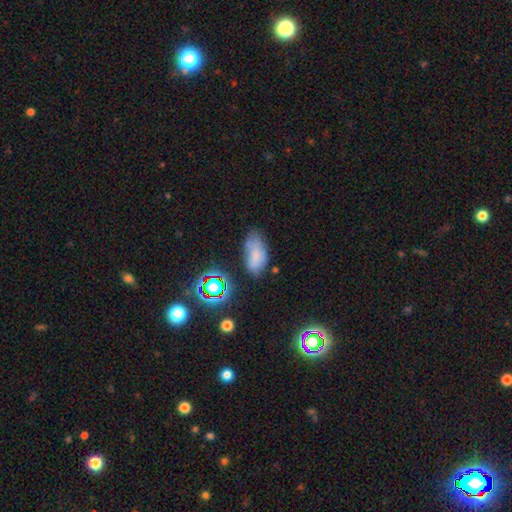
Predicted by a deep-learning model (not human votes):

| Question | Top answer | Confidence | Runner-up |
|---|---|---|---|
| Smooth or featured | smooth | 66% | featured or disk (18%) |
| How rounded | in between | 91% | round (5%) |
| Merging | none | 52% | minor disturbance (30%) |